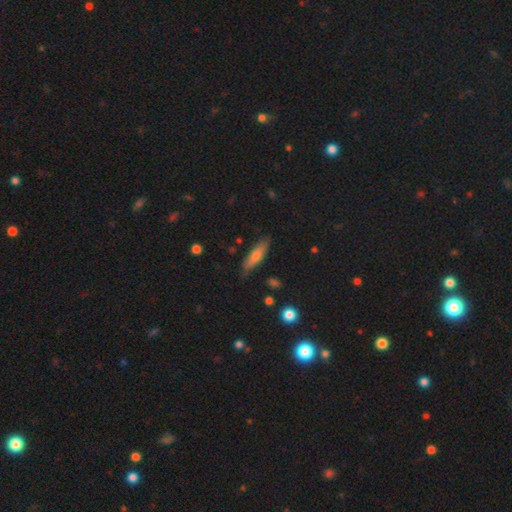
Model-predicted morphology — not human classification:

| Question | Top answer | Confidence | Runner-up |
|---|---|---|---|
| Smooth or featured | smooth | 63% | featured or disk (30%) |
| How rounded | cigar-shaped | 66% | in between (32%) |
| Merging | none | 81% | minor disturbance (15%) |